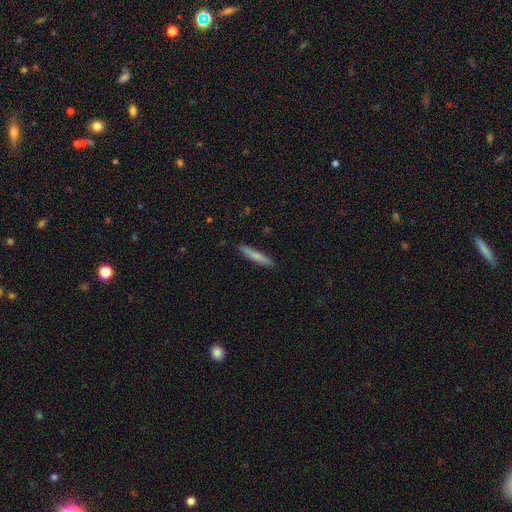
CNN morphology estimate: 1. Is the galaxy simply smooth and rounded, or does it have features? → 77% smooth, 18% featured or disk, 5% star or artifact.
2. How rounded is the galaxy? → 94% cigar-shaped, 5% in between, 1% round.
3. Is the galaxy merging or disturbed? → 90% none, 7% minor disturbance, 1% major disturbance, 1% merger.